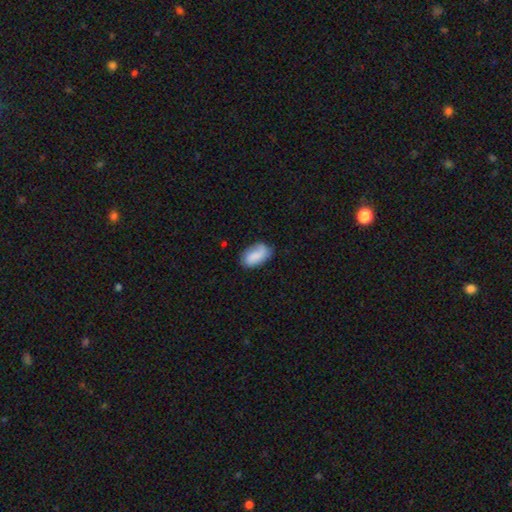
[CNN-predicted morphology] A smooth galaxy with no disk features (77%) that is in between round and cigar-shaped (93%).

Vote fractions:
- Smooth or featured? smooth: 77% / featured or disk: 16% / star or artifact: 7%
- How rounded? in between: 93% / round: 5% / cigar-shaped: 2%
- Merging? none: 68% / minor disturbance: 24% / major disturbance: 6% / merger: 2%